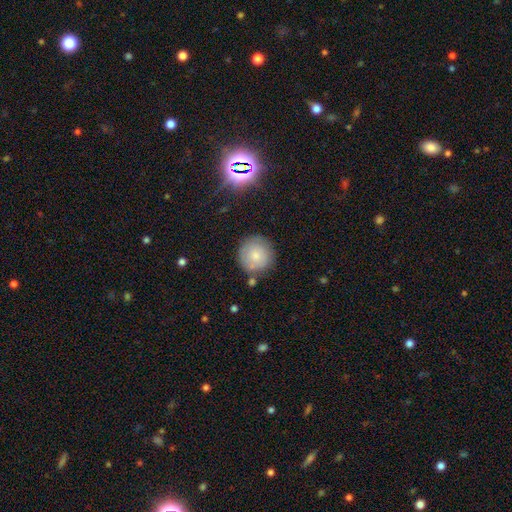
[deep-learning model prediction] This is likely a smooth galaxy (76%). How rounded: clearly round (95%). Merging: likely none (78%).